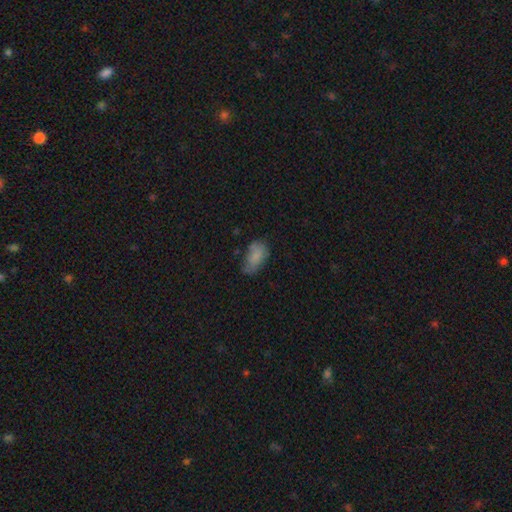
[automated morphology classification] This is likely a smooth galaxy (77%). How rounded: clearly in between (92%). Merging: possibly none (46%).